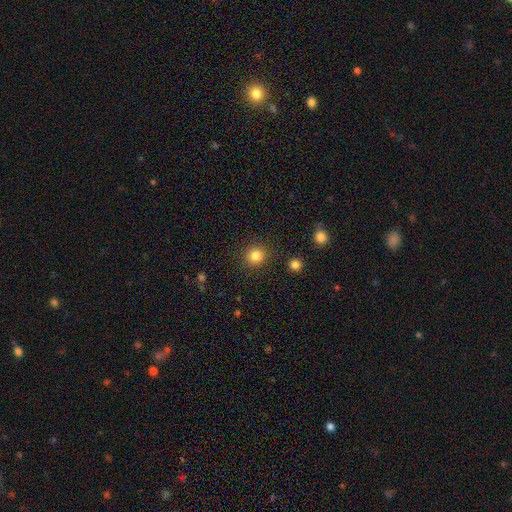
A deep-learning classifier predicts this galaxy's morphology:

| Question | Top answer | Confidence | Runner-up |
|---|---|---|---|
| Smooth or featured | smooth | 84% | star or artifact (12%) |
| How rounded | round | 88% | in between (11%) |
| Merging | none | 89% | minor disturbance (7%) |